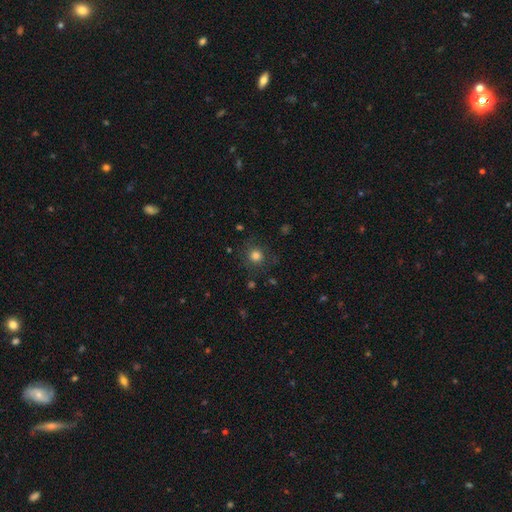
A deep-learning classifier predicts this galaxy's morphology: Overall: smooth (80%). How rounded: round (92%). Merging: none (82%).